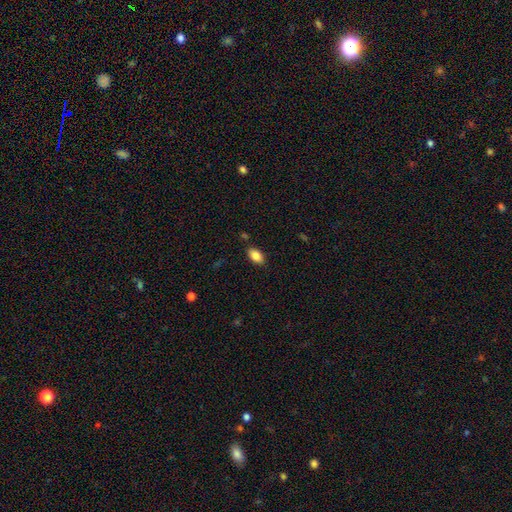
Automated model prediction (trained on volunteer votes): Smooth or featured?
  - smooth: 85% *
  - star or artifact: 8%
  - featured or disk: 7%
How rounded?
  - in between: 91% *
  - round: 6%
  - cigar-shaped: 3%
Merging?
  - none: 85% *
  - minor disturbance: 10%
  - merger: 2%
  - major disturbance: 2%